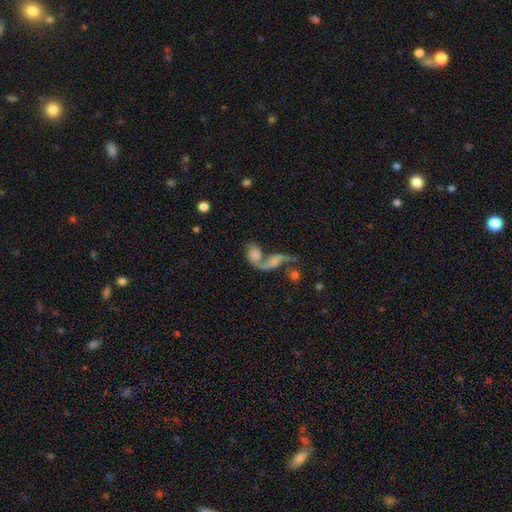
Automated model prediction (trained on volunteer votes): A smooth galaxy with no disk features (52%) that is in between round and cigar-shaped (74%). Merging: merger (64%).